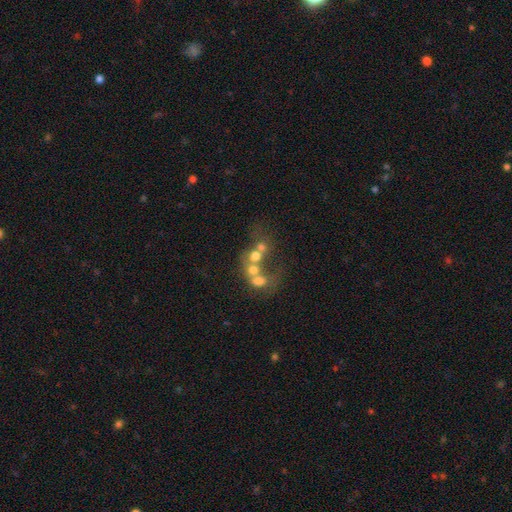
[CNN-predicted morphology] Smooth or featured: smooth — 51% (featured or disk — 33%)
How rounded: round — 61% (in between — 38%)
Merging: merger — 61% (none — 22%)